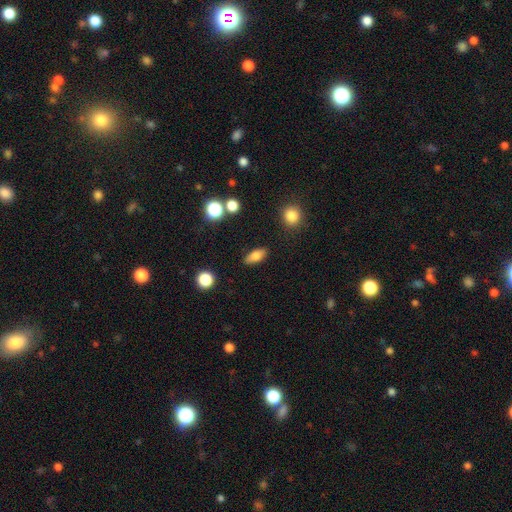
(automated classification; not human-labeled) smooth 75%, featured or disk 16%, star or artifact 9%. Down the decision tree: how rounded — in between (80%); merging — none (87%).